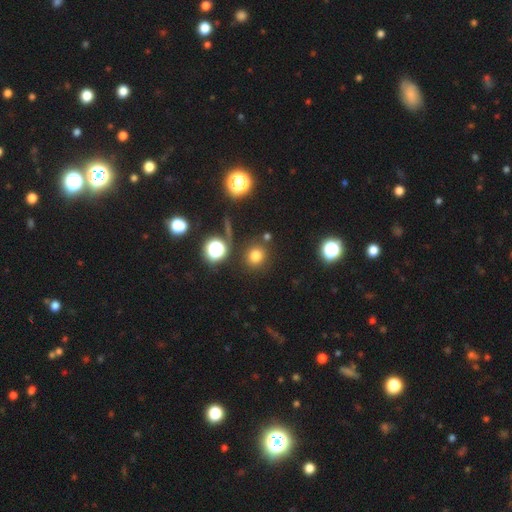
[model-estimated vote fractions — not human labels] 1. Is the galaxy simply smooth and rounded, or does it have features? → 73% smooth, 21% star or artifact, 7% featured or disk.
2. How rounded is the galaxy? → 88% round, 11% in between, 1% cigar-shaped.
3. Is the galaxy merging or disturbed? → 85% none, 7% minor disturbance, 4% merger, 3% major disturbance.